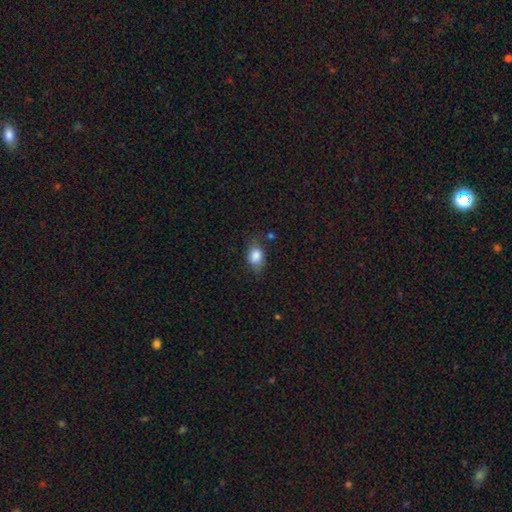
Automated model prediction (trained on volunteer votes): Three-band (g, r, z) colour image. It shows a smooth galaxy with no disk features (84%) that is in between round and cigar-shaped (70%). Merging: none (66%).